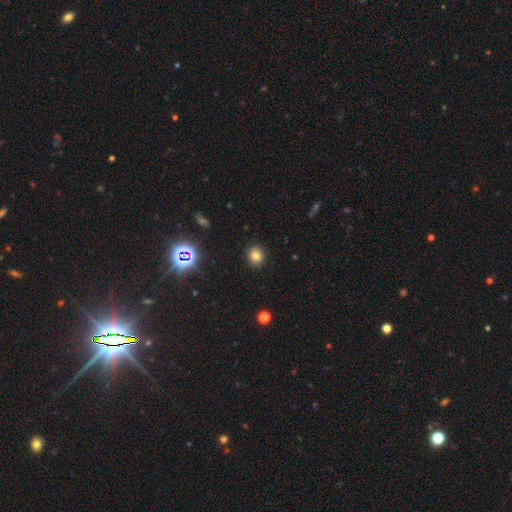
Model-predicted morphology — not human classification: Smooth or featured?
  - smooth: 77% *
  - star or artifact: 16%
  - featured or disk: 8%
How rounded?
  - round: 75% *
  - in between: 24%
  - cigar-shaped: 1%
Merging?
  - none: 90% *
  - minor disturbance: 7%
  - major disturbance: 2%
  - merger: 1%